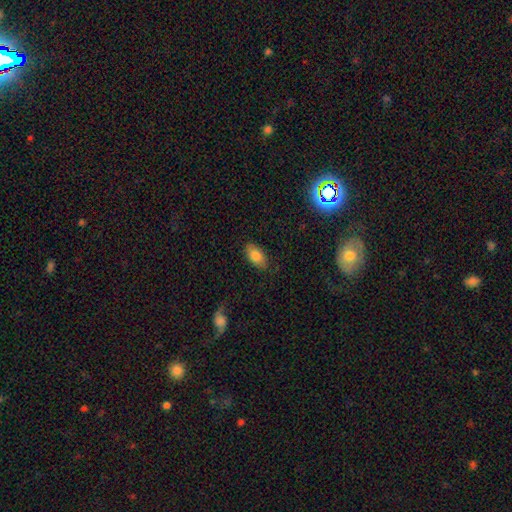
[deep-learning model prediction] A smooth galaxy with no disk features (81%) that is in between round and cigar-shaped (92%).

Vote fractions:
- Smooth or featured? smooth: 81% / featured or disk: 11% / star or artifact: 8%
- How rounded? in between: 92% / round: 4% / cigar-shaped: 3%
- Merging? none: 83% / minor disturbance: 13% / major disturbance: 3% / merger: 1%